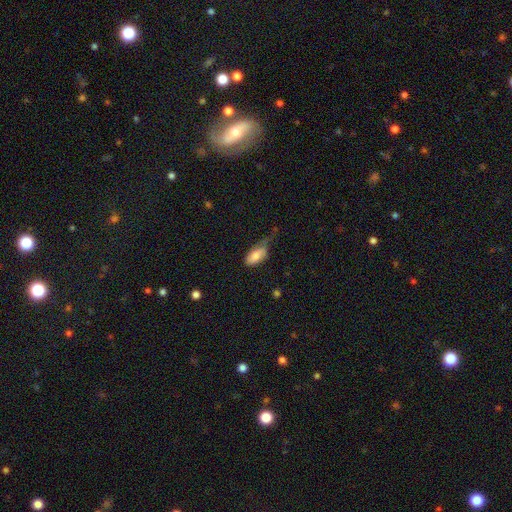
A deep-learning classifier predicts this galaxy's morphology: smooth-or-featured: smooth: 74% | featured or disk: 19% | star or artifact: 7%
  how-rounded: in between: 90% | cigar-shaped: 7% | round: 3%
  merging: minor disturbance: 39% | none: 29% | major disturbance: 28% | merger: 4%